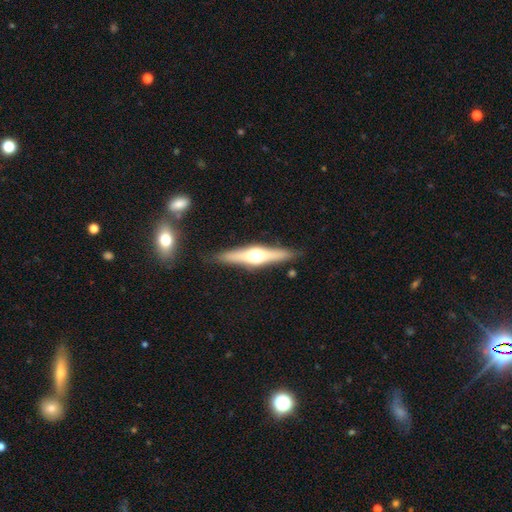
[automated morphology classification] Overall: featured or disk (69%). Edge-on disk: yes (96%). Edge-on bulge: rounded (95%). Merging: none (88%).